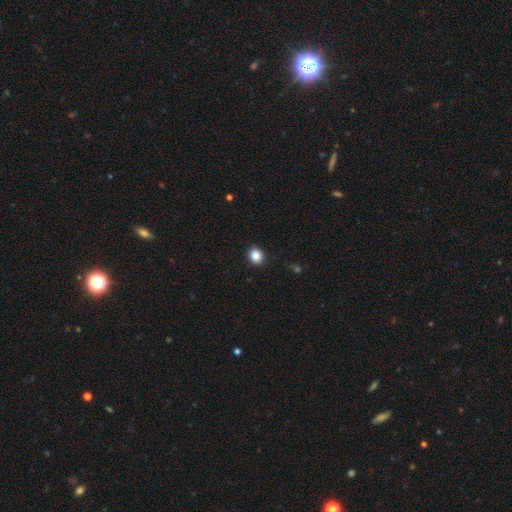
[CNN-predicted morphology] smooth-or-featured: smooth: 87% | star or artifact: 10% | featured or disk: 3%
  how-rounded: round: 66% | in between: 33% | cigar-shaped: 1%
  merging: none: 90% | minor disturbance: 7% | major disturbance: 2% | merger: 1%